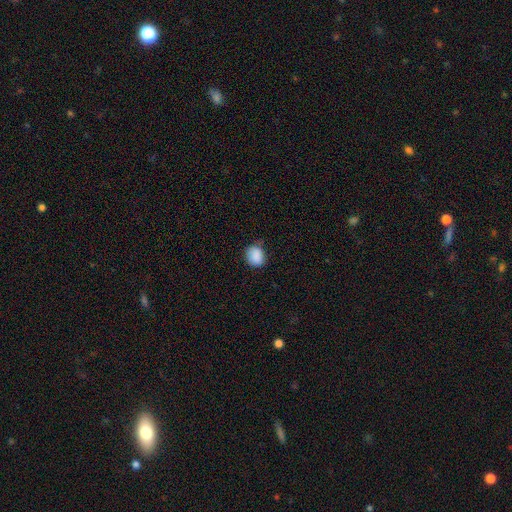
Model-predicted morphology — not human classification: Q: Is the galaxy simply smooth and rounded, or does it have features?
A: smooth — 87%.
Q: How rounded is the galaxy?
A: round — 67%.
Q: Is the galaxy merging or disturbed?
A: none — 66%.